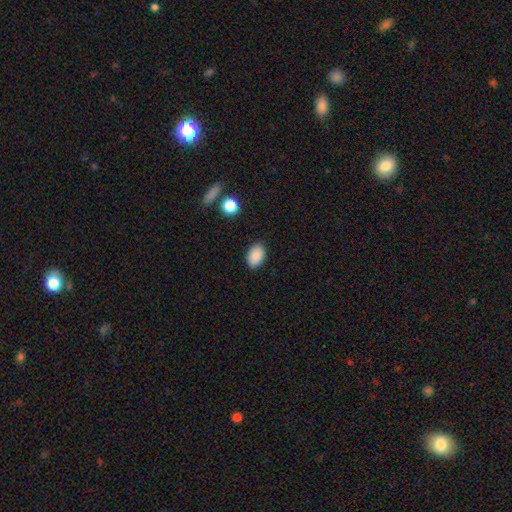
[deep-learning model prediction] Smooth or featured: smooth — 89% (star or artifact — 8%)
How rounded: in between — 87% (round — 12%)
Merging: none — 88% (minor disturbance — 9%)